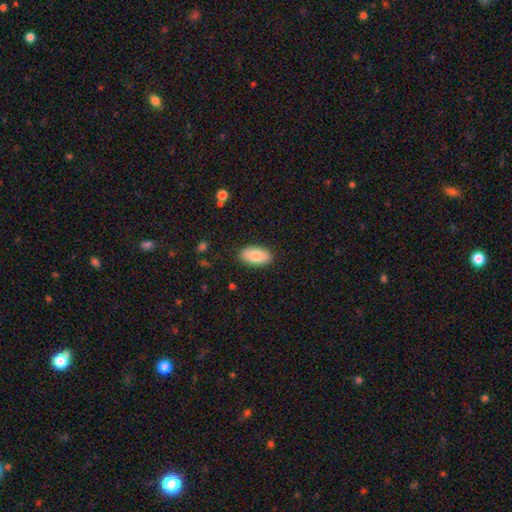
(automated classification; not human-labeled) A smooth galaxy with no disk features (83%) that is in between round and cigar-shaped (94%).

Vote fractions:
- Smooth or featured? smooth: 83% / featured or disk: 11% / star or artifact: 6%
- How rounded? in between: 94% / round: 3% / cigar-shaped: 2%
- Merging? none: 87% / minor disturbance: 10% / major disturbance: 2% / merger: 1%